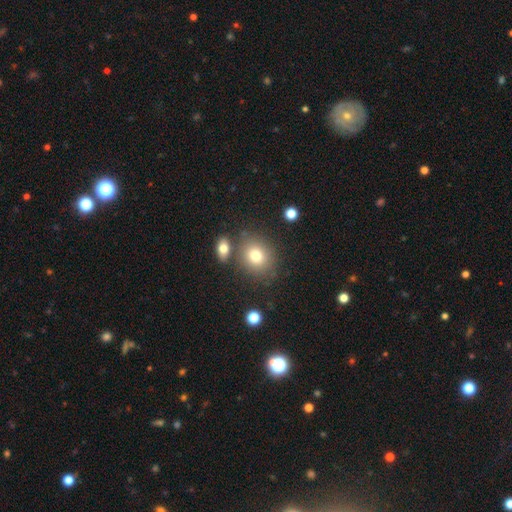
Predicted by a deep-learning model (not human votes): Morphology: type=smooth (77%); roundness=round (69%); merging=none (72%).